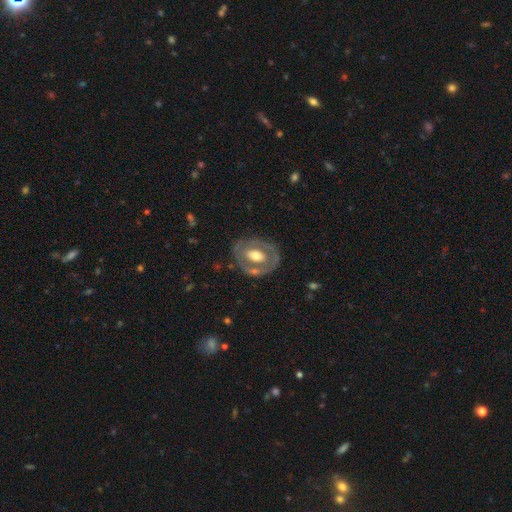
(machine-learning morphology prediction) Smooth or featured? Predicted: featured or disk (p=0.59). Edge-on disk? Predicted: no (p=0.94). Bar? Predicted: no (p=0.65). Spiral arms? Predicted: no (p=0.81). Bulge size? Predicted: moderate (p=0.59). Merging? Predicted: none (p=0.71).